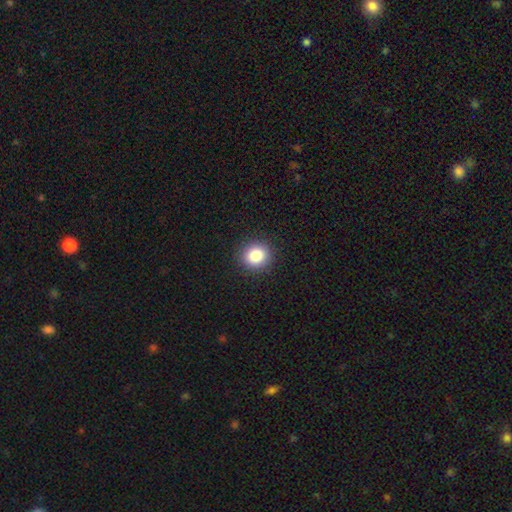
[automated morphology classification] smooth_or_featured: smooth (p=0.86) [alt: star or artifact p=0.10]
how_rounded: round (p=0.86) [alt: in between p=0.13]
merging: none (p=0.91) [alt: minor disturbance p=0.06]